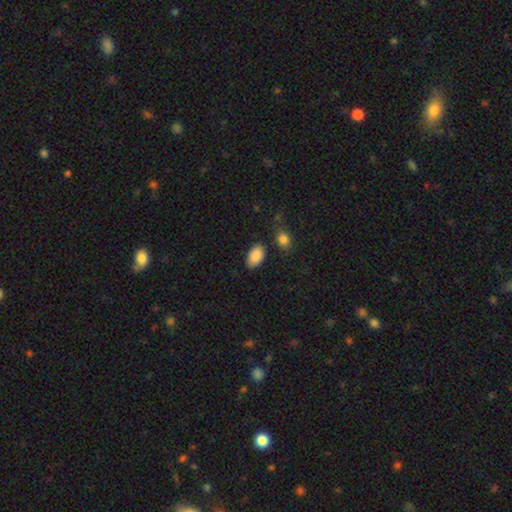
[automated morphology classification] type=smooth (89%); roundness=in between (93%); merging=none (79%).